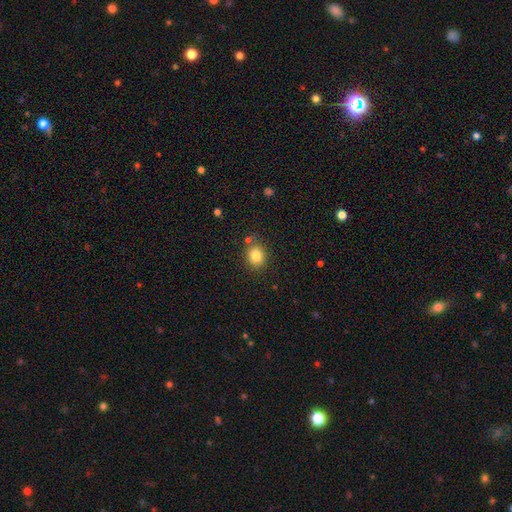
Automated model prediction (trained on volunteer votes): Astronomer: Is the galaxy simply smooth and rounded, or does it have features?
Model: smooth — 82%.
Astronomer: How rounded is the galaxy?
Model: round — 72%.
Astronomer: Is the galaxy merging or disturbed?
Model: none — 82%.